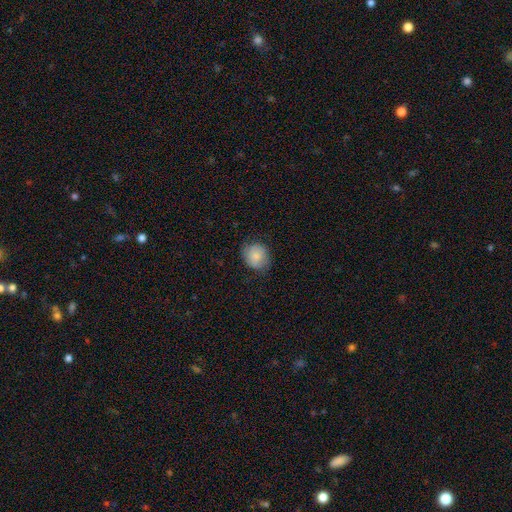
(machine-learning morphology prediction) smooth_or_featured: smooth (p=0.80) [alt: featured or disk p=0.12]
how_rounded: round (p=0.77) [alt: in between p=0.22]
merging: none (p=0.76) [alt: minor disturbance p=0.18]